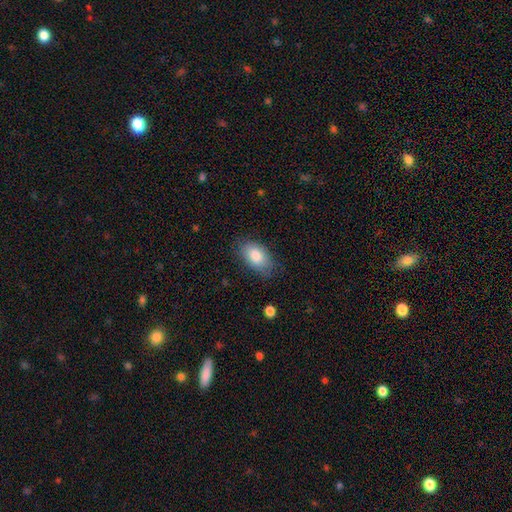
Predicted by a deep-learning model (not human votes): A smooth galaxy with no disk features (82%) that is in between round and cigar-shaped (92%).

Vote fractions:
- Smooth or featured? smooth: 82% / featured or disk: 11% / star or artifact: 7%
- How rounded? in between: 92% / round: 5% / cigar-shaped: 2%
- Merging? none: 76% / minor disturbance: 18% / major disturbance: 4% / merger: 1%